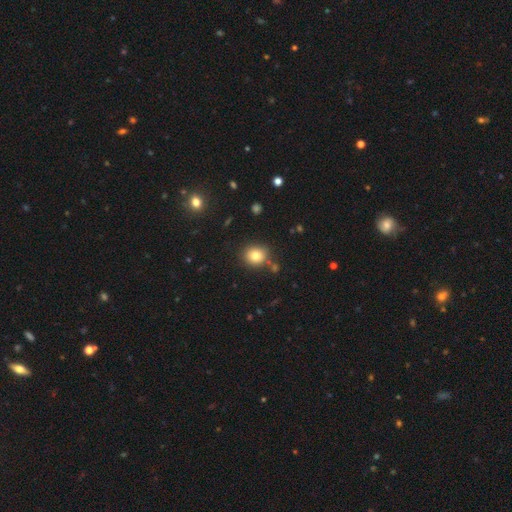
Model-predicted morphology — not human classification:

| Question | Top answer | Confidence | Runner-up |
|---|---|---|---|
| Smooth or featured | smooth | 79% | star or artifact (13%) |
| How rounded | round | 83% | in between (16%) |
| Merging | none | 80% | minor disturbance (10%) |